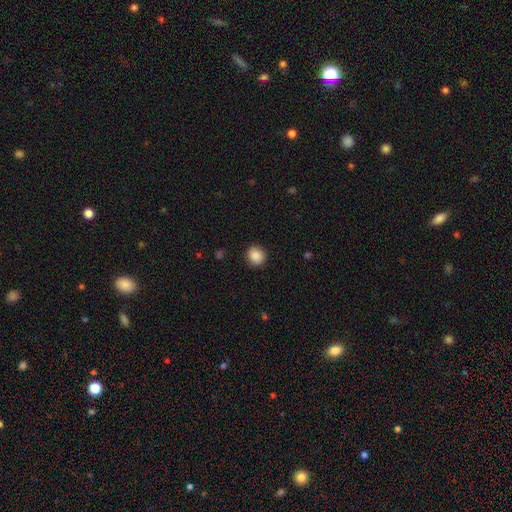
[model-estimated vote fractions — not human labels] This appears to be a smooth galaxy with no disk features (89%) that is round (83%). Merging: none (89%).